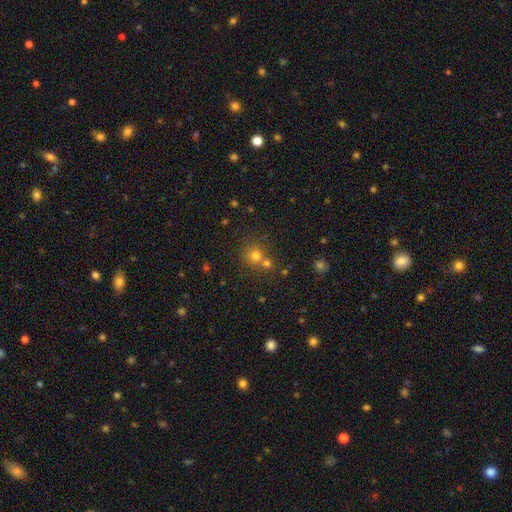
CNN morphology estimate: Smooth or featured? smooth (71%)
How rounded? round (88%)
Merging? none (55%)